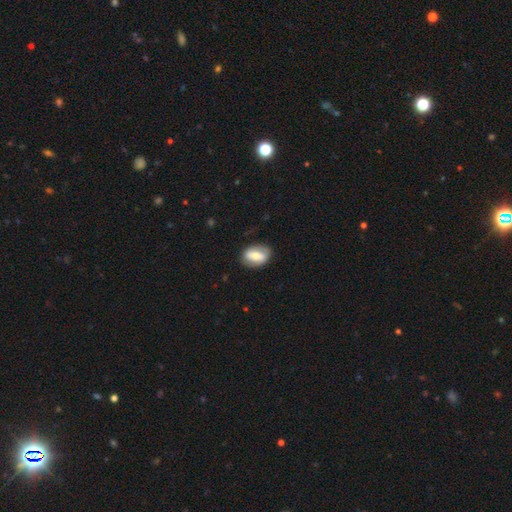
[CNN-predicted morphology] The model was most divided on "smooth or featured": smooth: 51%, featured or disk: 43%, star or artifact: 6%. More confident: merging — none (81%); how rounded — in between (81%).